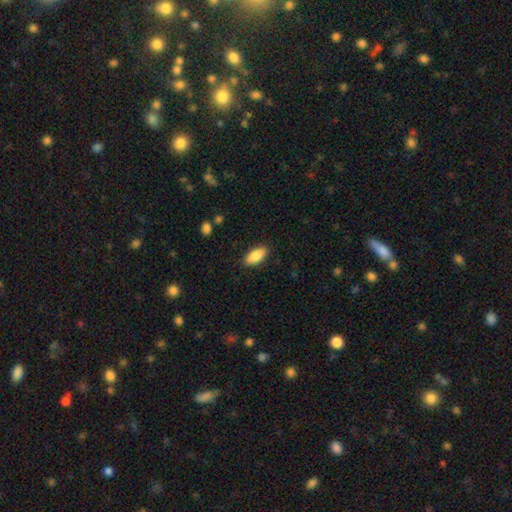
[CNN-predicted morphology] A smooth galaxy with no disk features (85%) that is in between round and cigar-shaped (89%). Merging: none (87%).